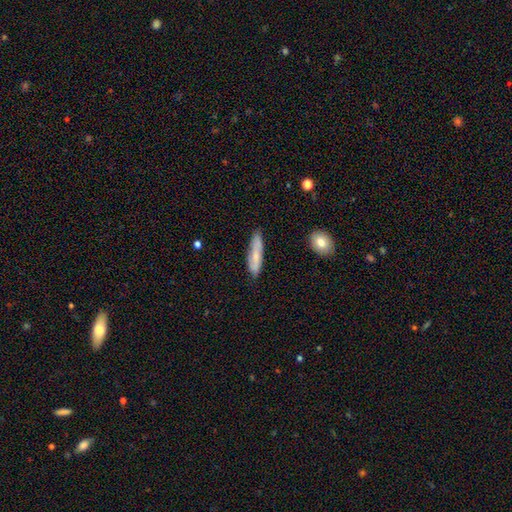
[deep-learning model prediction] The model was most divided on "smooth or featured": smooth: 67%, featured or disk: 27%, star or artifact: 6%. More confident: merging — none (79%); how rounded — cigar-shaped (74%).